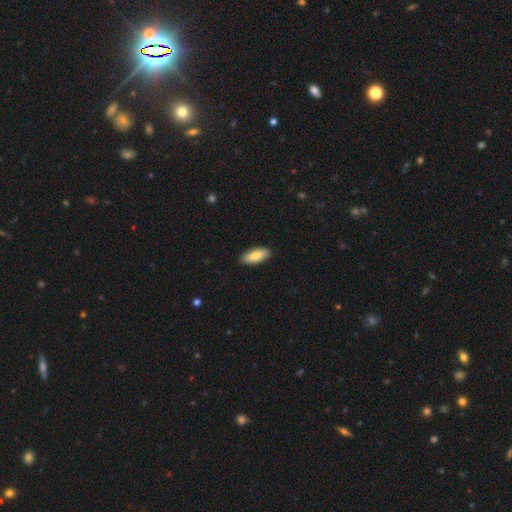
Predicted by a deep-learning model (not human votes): smooth 83%, featured or disk 12%, star or artifact 5%. Down the decision tree: how rounded — in between (80%); merging — none (90%).